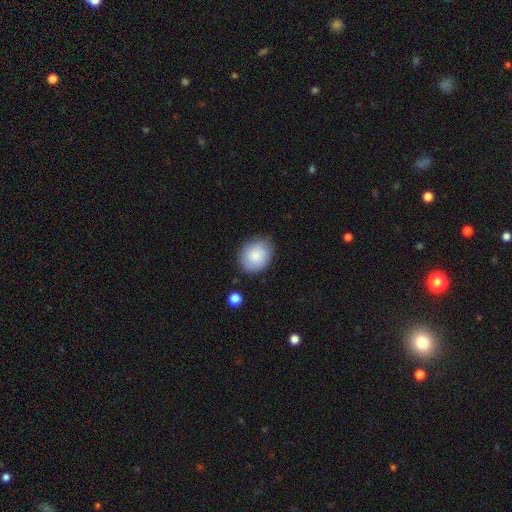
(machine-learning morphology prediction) This appears to be a smooth galaxy with no disk features (83%) that is round (54%). Merging: none (79%).